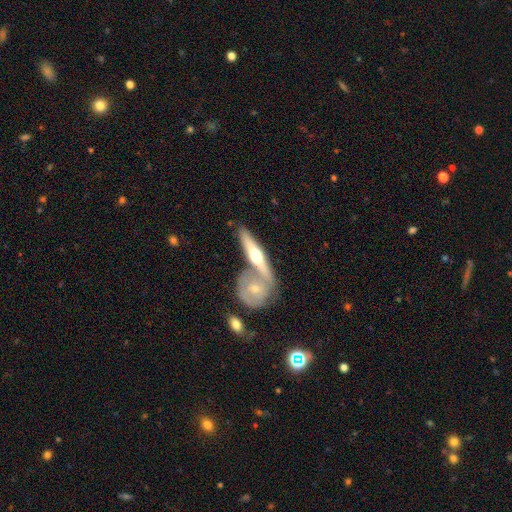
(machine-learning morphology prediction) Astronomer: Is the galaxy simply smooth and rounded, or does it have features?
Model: featured or disk — 58% (runner-up: smooth, 37%).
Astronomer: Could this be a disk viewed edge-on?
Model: yes — 85%.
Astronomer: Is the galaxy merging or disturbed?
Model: none — 53% (runner-up: merger, 33%).